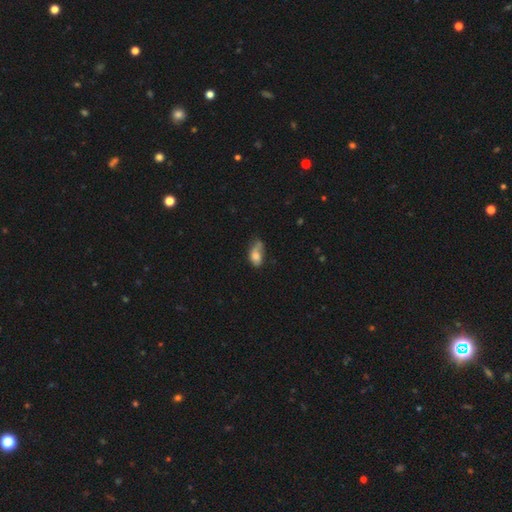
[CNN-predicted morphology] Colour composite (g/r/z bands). It shows a smooth galaxy with no disk features (69%) that is in between round and cigar-shaped (85%). Merging: minor disturbance (36%).